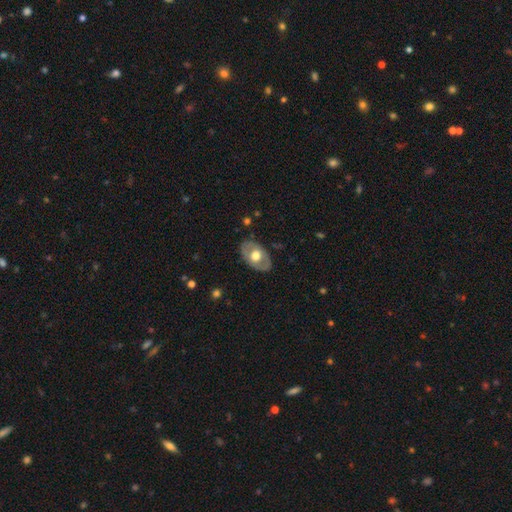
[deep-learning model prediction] featured or disk 51%, smooth 44%, star or artifact 5%. Down the decision tree: edge-on disk — no (88%); merging — none (82%).